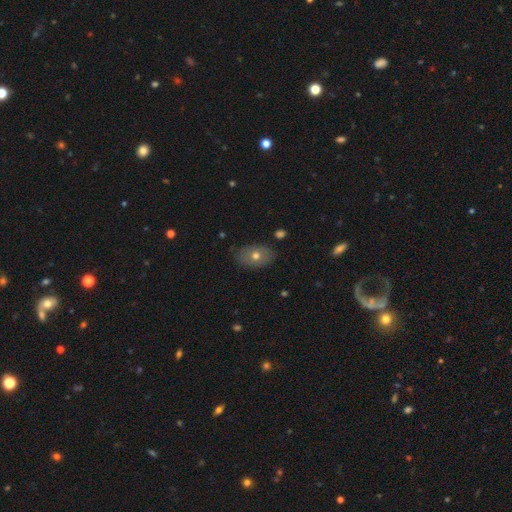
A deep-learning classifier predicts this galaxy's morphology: This is likely a smooth galaxy (63%). How rounded: clearly in between (85%). Merging: clearly none (81%).